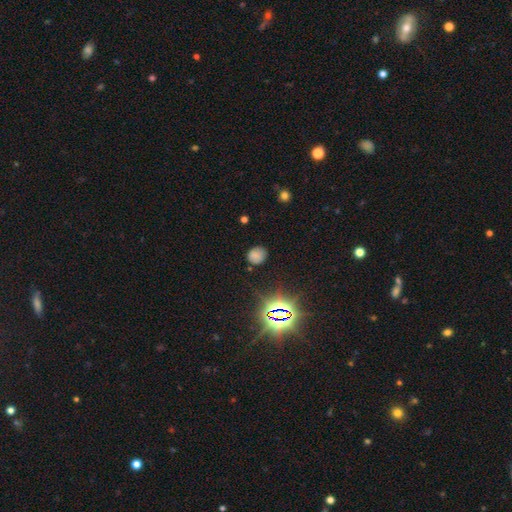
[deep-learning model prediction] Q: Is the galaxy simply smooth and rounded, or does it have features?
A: smooth — 67%.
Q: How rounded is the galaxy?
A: round — 72%.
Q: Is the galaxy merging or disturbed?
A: none — 77%.